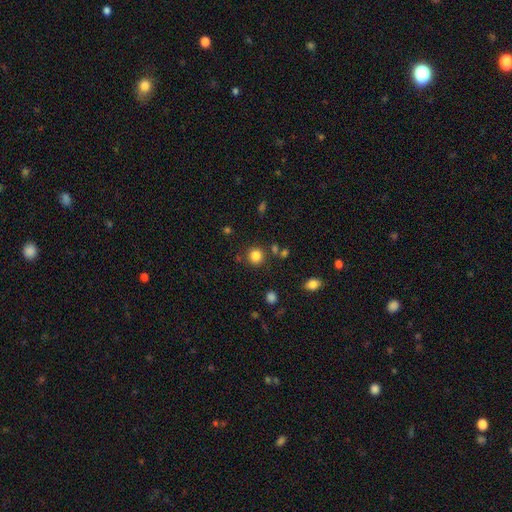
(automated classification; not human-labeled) smooth_or_featured: smooth (p=0.83) [alt: star or artifact p=0.12]
how_rounded: round (p=0.91) [alt: in between p=0.08]
merging: none (p=0.83) [alt: minor disturbance p=0.08]